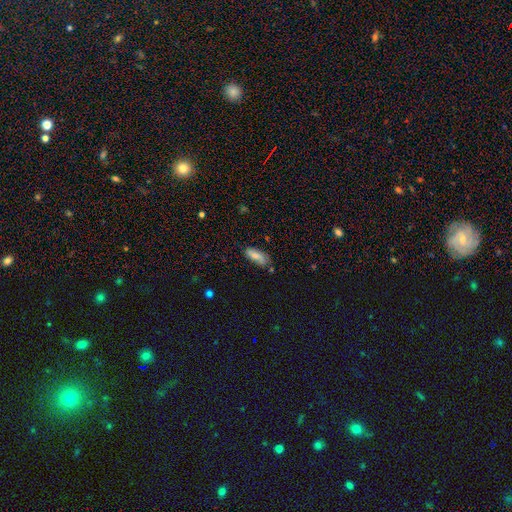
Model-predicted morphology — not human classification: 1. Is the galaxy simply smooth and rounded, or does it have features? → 78% smooth, 14% featured or disk, 7% star or artifact.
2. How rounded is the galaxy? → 74% in between, 24% cigar-shaped, 2% round.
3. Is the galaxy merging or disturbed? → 64% none, 26% minor disturbance, 6% major disturbance, 4% merger.